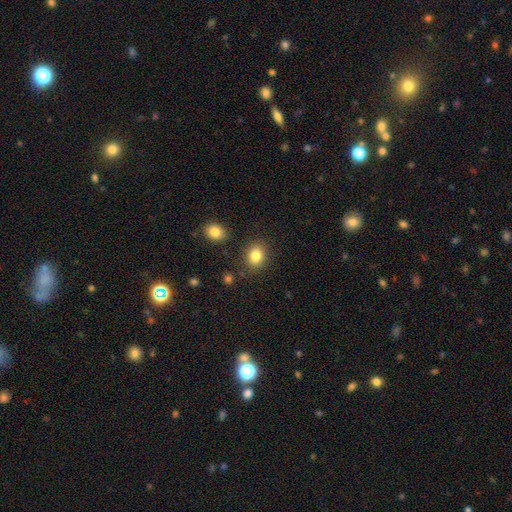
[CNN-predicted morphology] Smooth or featured: smooth — 83% (star or artifact — 10%)
How rounded: round — 51% (in between — 48%)
Merging: none — 84% (minor disturbance — 9%)